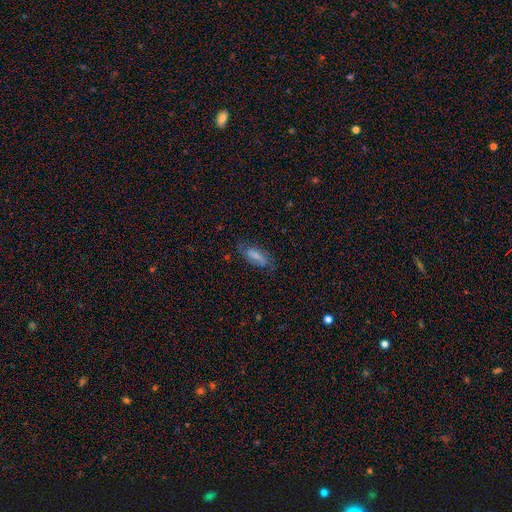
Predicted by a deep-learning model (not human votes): smooth 57%, featured or disk 35%, star or artifact 9%. Down the decision tree: how rounded — in between (78%); merging — none (69%).